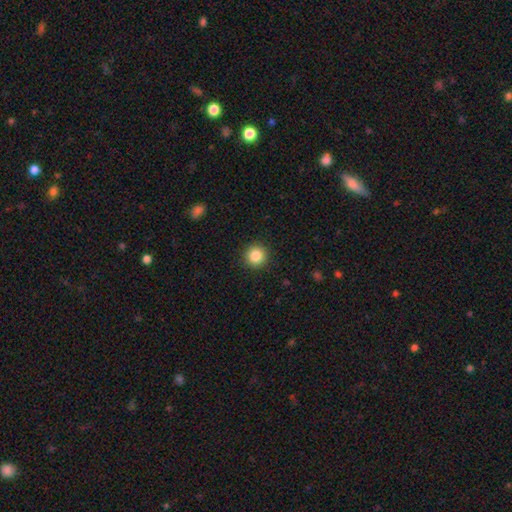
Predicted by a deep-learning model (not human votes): Smooth or featured? Predicted: smooth (p=0.86). How rounded? Predicted: round (p=0.95). Merging? Predicted: none (p=0.92).